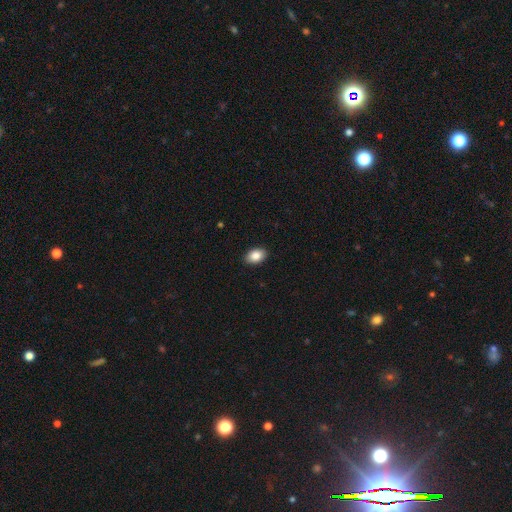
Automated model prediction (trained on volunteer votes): smooth_or_featured: smooth (p=0.86) [alt: star or artifact p=0.08]
how_rounded: in between (p=0.86) [alt: round p=0.13]
merging: none (p=0.89) [alt: minor disturbance p=0.08]